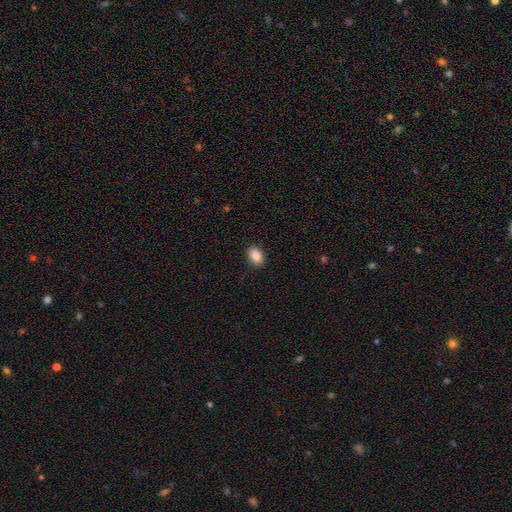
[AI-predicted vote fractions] Smooth or featured: smooth — 88% (star or artifact — 8%)
How rounded: in between — 85% (round — 13%)
Merging: none — 89% (minor disturbance — 8%)